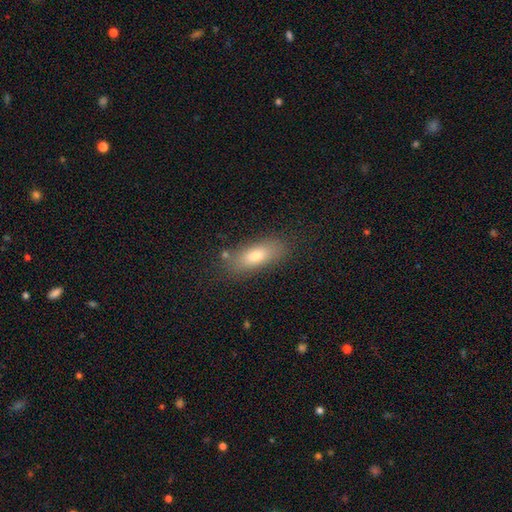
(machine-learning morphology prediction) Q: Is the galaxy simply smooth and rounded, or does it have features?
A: smooth — 77%.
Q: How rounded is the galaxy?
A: in between — 74%.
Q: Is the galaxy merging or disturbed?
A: none — 78%.